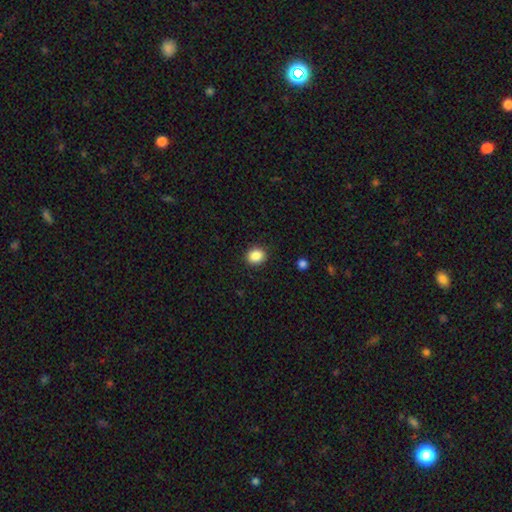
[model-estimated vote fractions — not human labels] This is clearly a smooth galaxy (87%). How rounded: likely round (73%). Merging: clearly none (90%).